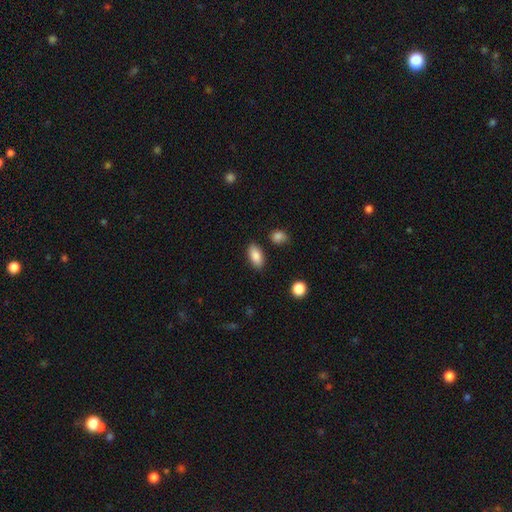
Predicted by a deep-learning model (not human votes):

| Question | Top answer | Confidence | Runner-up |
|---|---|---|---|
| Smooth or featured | smooth | 87% | star or artifact (7%) |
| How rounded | in between | 91% | cigar-shaped (5%) |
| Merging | none | 86% | minor disturbance (9%) |